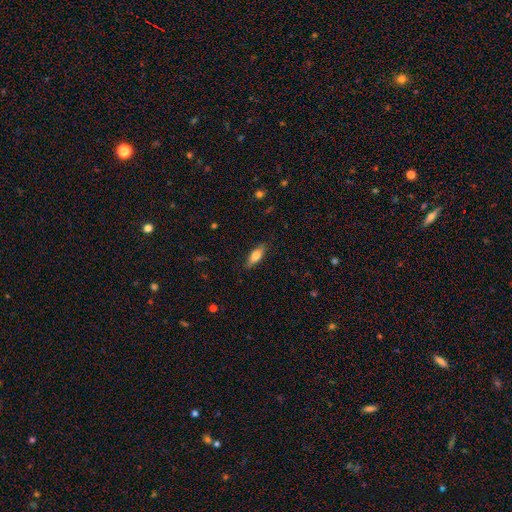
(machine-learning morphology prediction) Smooth or featured?
  - smooth: 73% *
  - featured or disk: 20%
  - star or artifact: 7%
How rounded?
  - in between: 67% *
  - cigar-shaped: 31%
  - round: 3%
Merging?
  - none: 84% *
  - minor disturbance: 12%
  - major disturbance: 3%
  - merger: 1%